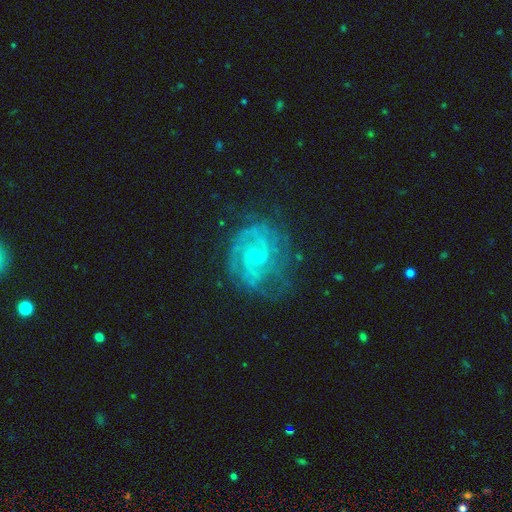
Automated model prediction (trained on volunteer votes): A featured or disk galaxy (87%) with a weak bar (52%), 2 (53%) tight (52%) spiral arms (97%) and a small central bulge (76%).

Vote fractions:
- Smooth or featured? featured or disk: 87% / star or artifact: 7% / smooth: 6%
- Edge-on disk? no: 98% / yes: 2%
- Bar? weak: 52% / no: 38% / strong: 10%
- Spiral arms? yes: 97% / no: 3%
- Spiral winding? tight: 52% / medium: 40% / loose: 8%
- Spiral arm count? 2: 53% / can't tell: 18% / 3: 15% / 4: 5% / 1: 4% / more than 4: 4%
- Bulge size? small: 76% / moderate: 16% / none: 6% / large: 1% / dominant: 1%
- Merging? none: 69% / minor disturbance: 19% / major disturbance: 10% / merger: 2%